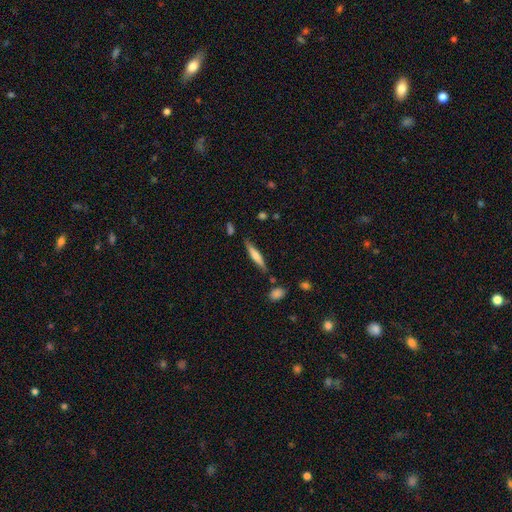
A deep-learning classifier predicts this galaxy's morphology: Q: Smooth or featured?
A: smooth (52%); runner-up: featured or disk (42%)
Q: How rounded?
A: cigar-shaped (86%); runner-up: in between (12%)
Q: Merging?
A: none (80%); runner-up: minor disturbance (13%)